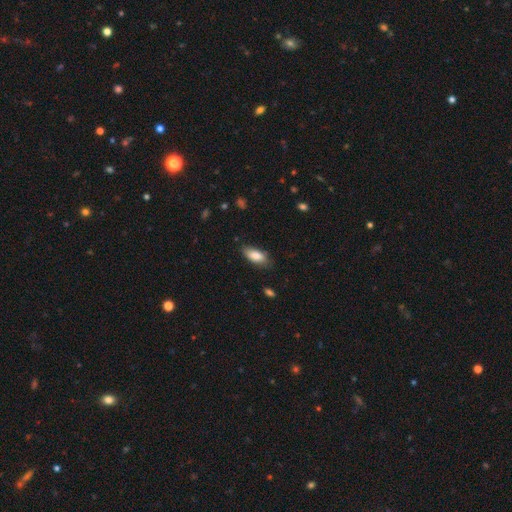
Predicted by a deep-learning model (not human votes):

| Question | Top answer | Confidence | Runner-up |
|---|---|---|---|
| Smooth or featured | smooth | 84% | featured or disk (10%) |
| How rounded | in between | 87% | cigar-shaped (11%) |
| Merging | none | 75% | minor disturbance (20%) |